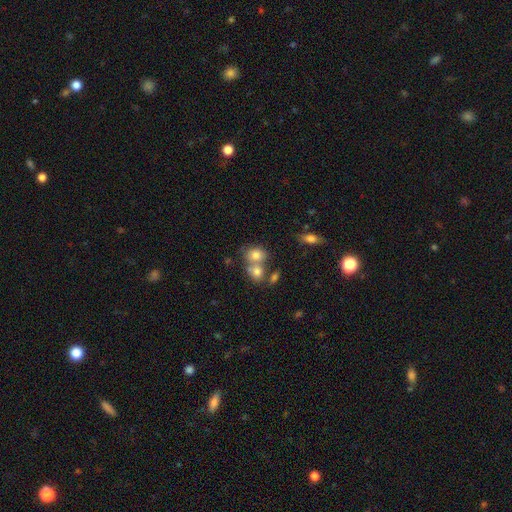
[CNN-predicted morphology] Smooth or featured? smooth (76%)
How rounded? round (56%)
Merging? merger (50%)